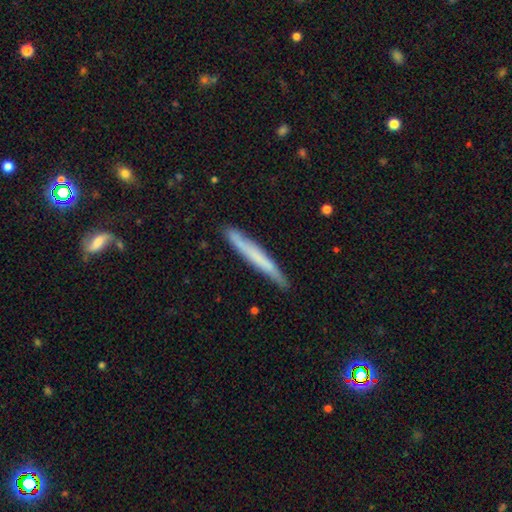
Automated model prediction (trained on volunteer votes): The model was most divided on "smooth or featured": smooth: 58%, featured or disk: 35%, star or artifact: 7%. More confident: how rounded — cigar-shaped (97%); merging — none (85%).